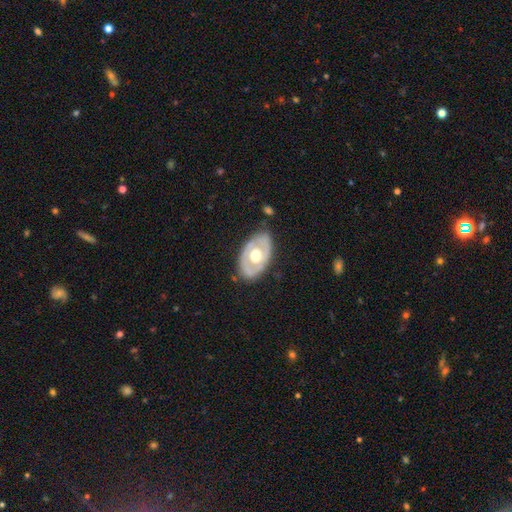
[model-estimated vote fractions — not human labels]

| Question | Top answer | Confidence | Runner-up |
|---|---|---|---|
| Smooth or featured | featured or disk | 63% | smooth (33%) |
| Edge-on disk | no | 90% | yes (10%) |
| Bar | no | 85% | weak (12%) |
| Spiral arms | no | 80% | yes (20%) |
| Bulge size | moderate | 64% | large (30%) |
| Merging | none | 76% | minor disturbance (18%) |